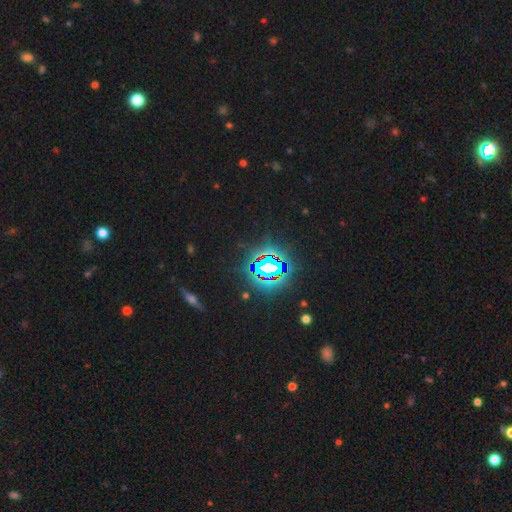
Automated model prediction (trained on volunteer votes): smooth-or-featured: star or artifact: 83% | smooth: 10% | featured or disk: 7%